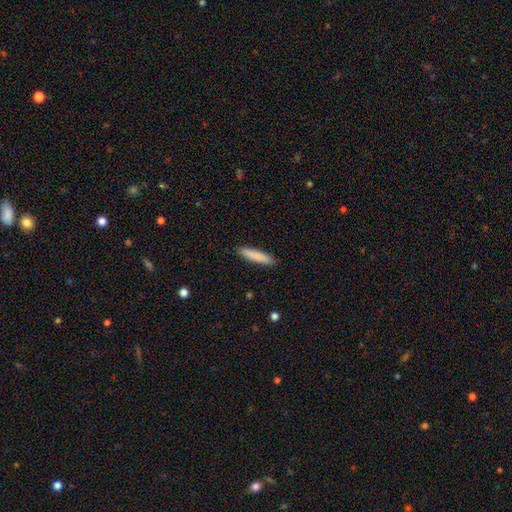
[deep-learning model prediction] Morphology: type=smooth (85%); roundness=cigar-shaped (88%); merging=none (91%).